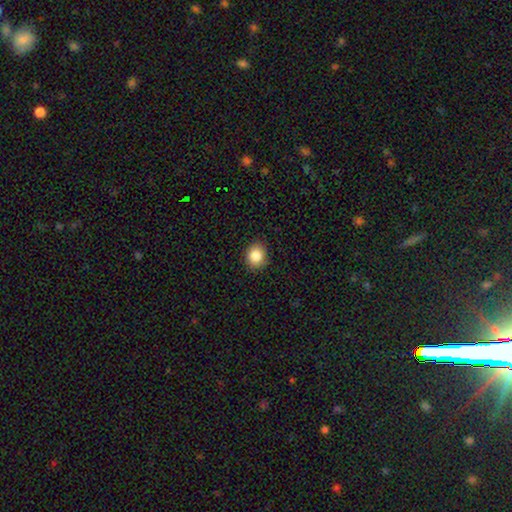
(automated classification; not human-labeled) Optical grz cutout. It shows a smooth galaxy with no disk features (86%) that is round (70%). Merging: none (87%).